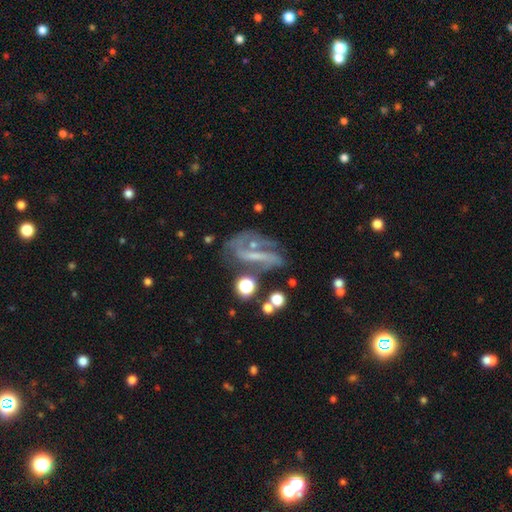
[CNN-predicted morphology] Smooth or featured?
  - featured or disk: 70% *
  - smooth: 17%
  - star or artifact: 14%
Edge-on disk?
  - no: 87% *
  - yes: 13%
Bar?
  - strong: 48% *
  - weak: 29%
  - no: 23%
Spiral arms?
  - yes: 73% *
  - no: 27%
Bulge size?
  - small: 58% *
  - none: 24%
  - moderate: 15%
  - large: 2%
  - dominant: 1%
Merging?
  - none: 45% *
  - major disturbance: 24%
  - minor disturbance: 20%
  - merger: 10%